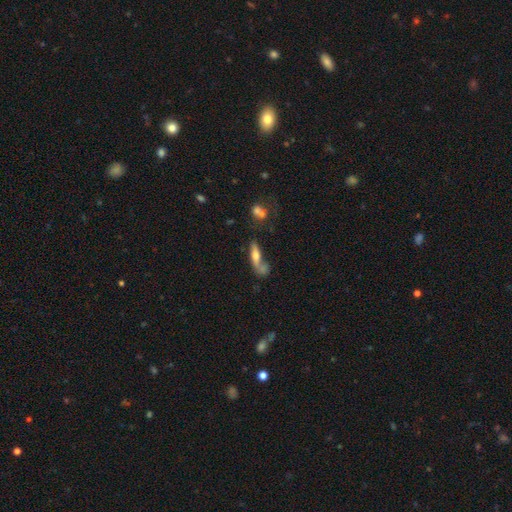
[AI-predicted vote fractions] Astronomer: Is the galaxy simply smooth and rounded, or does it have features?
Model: smooth — 52% (runner-up: featured or disk, 40%).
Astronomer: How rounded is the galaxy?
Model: cigar-shaped — 61%.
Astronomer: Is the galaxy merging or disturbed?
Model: none — 39% (runner-up: merger, 27%).